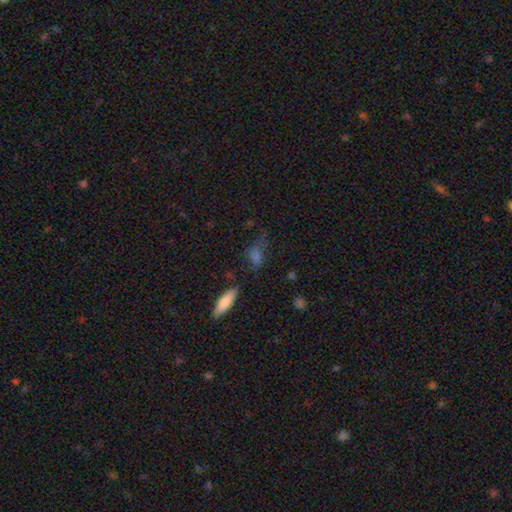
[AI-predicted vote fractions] Overall: smooth (64%). How rounded: in between (65%). Merging: none (58%; minor disturbance 23%).